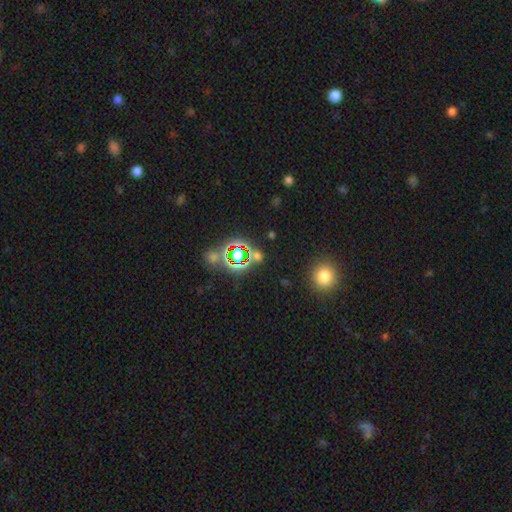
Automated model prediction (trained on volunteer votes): The model was most divided on "smooth or featured": star or artifact: 61%, smooth: 30%, featured or disk: 8%.